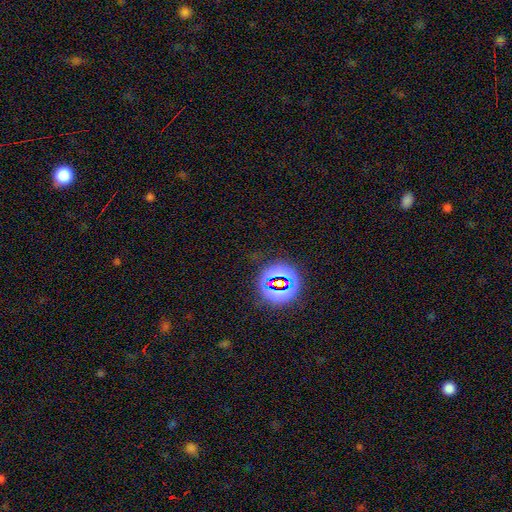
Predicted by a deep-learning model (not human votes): The model was most divided on "smooth or featured": star or artifact: 75%, smooth: 17%, featured or disk: 8%.